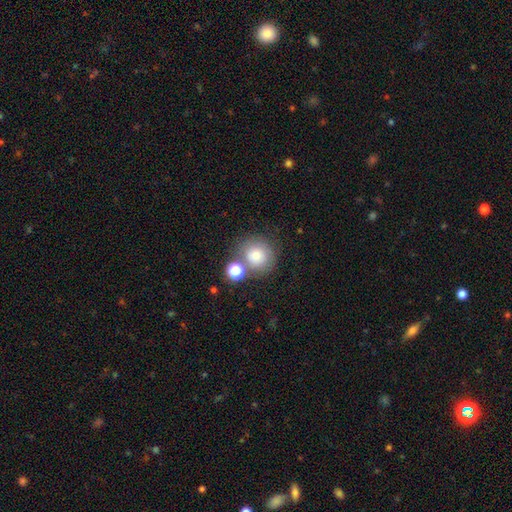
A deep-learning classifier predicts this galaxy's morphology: Smooth or featured: smooth — 73% (featured or disk — 14%)
How rounded: round — 89% (in between — 10%)
Merging: none — 61% (merger — 21%)